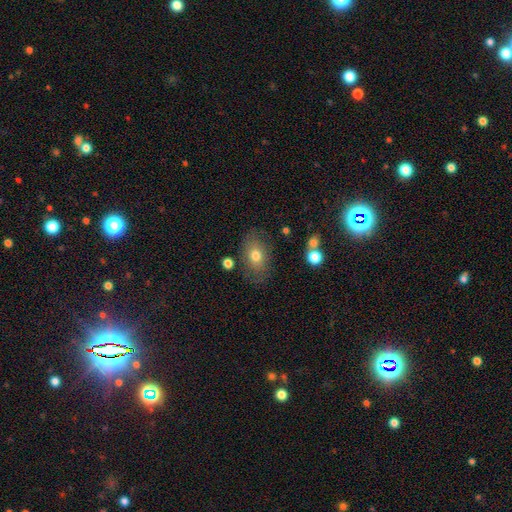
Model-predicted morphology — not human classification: A smooth galaxy with no disk features (74%) that is in between round and cigar-shaped (83%).

Vote fractions:
- Smooth or featured? smooth: 74% / featured or disk: 17% / star or artifact: 9%
- How rounded? in between: 83% / round: 15% / cigar-shaped: 2%
- Merging? none: 75% / minor disturbance: 16% / major disturbance: 6% / merger: 4%